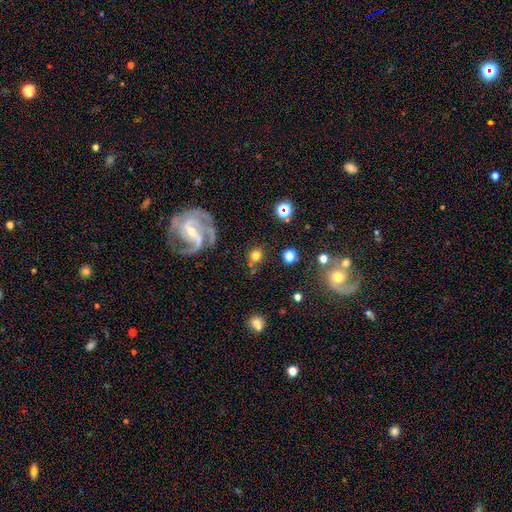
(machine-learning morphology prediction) The model was most divided on "smooth or featured": smooth: 64%, featured or disk: 22%, star or artifact: 14%. More confident: how rounded — round (77%); merging — none (77%).